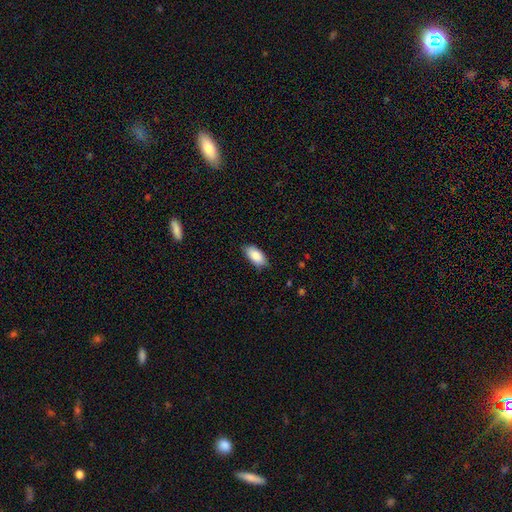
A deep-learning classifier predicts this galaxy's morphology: The model was most divided on "merging": none: 82%, minor disturbance: 15%, major disturbance: 2%, merger: 1%. More confident: how rounded — in between (92%); smooth or featured — smooth (87%).